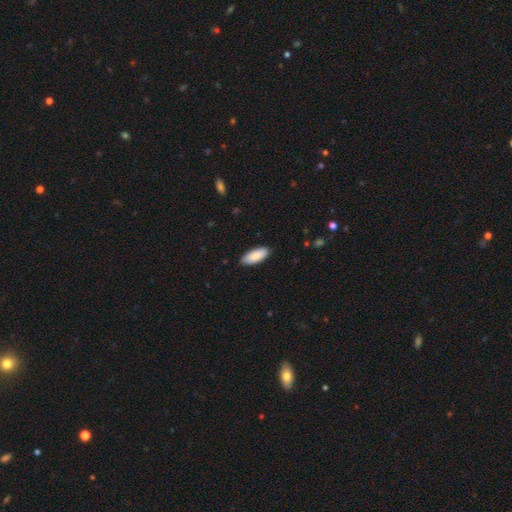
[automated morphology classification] This appears to be a smooth galaxy with no disk features (88%) that is in between round and cigar-shaped (84%). Merging: none (87%).